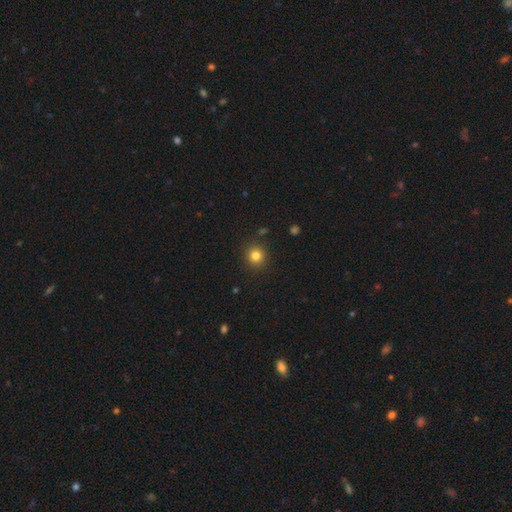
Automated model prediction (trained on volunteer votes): Smooth or featured? smooth (81%)
How rounded? round (92%)
Merging? none (90%)